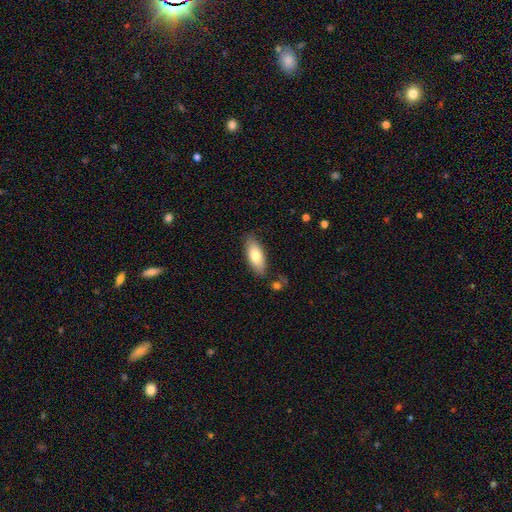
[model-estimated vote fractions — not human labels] This is likely a smooth galaxy (76%). How rounded: likely in between (79%). Merging: clearly none (80%).